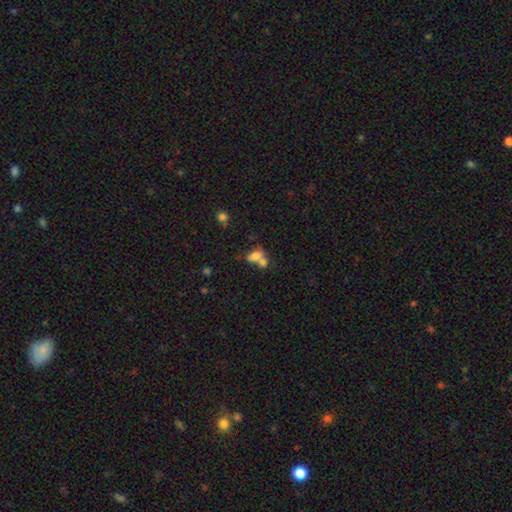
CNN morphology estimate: smooth_or_featured: smooth (p=0.70) [alt: featured or disk p=0.18]
how_rounded: in between (p=0.79) [alt: round p=0.16]
merging: merger (p=0.59) [alt: none p=0.26]